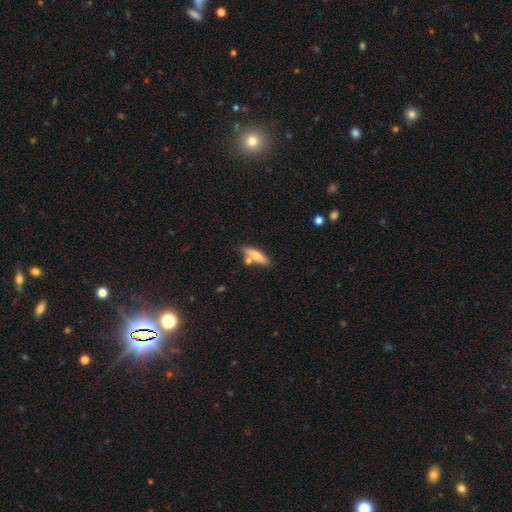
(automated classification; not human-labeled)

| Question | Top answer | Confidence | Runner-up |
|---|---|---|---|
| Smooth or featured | smooth | 69% | featured or disk (25%) |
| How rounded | cigar-shaped | 64% | in between (34%) |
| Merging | none | 65% | merger (17%) |